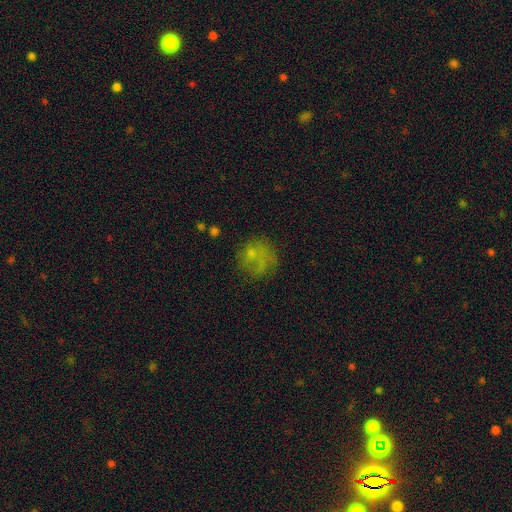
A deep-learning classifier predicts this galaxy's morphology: smooth 56%, featured or disk 26%, star or artifact 17%. Down the decision tree: how rounded — round (77%); merging — none (51%).